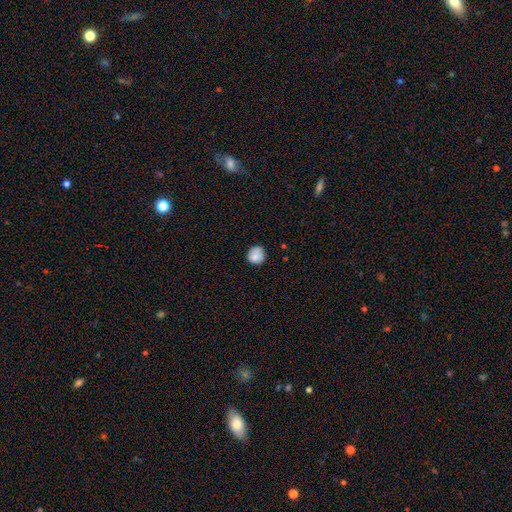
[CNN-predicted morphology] Smooth or featured? Predicted: smooth (p=0.83). How rounded? Predicted: round (p=0.89). Merging? Predicted: none (p=0.78).